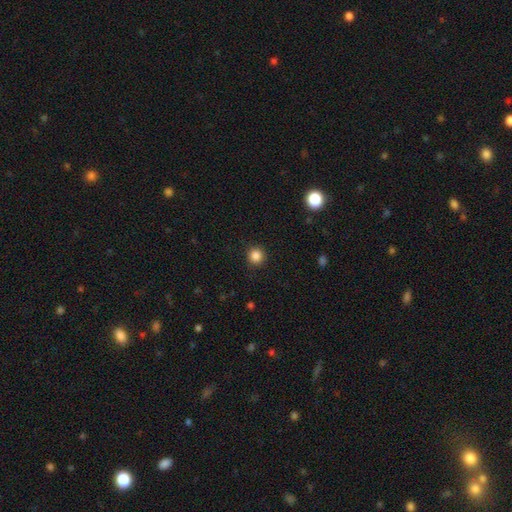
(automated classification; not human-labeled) A smooth galaxy with no disk features (85%) that is round (93%).

Vote fractions:
- Smooth or featured? smooth: 85% / star or artifact: 11% / featured or disk: 4%
- How rounded? round: 93% / in between: 6% / cigar-shaped: 1%
- Merging? none: 91% / minor disturbance: 6% / major disturbance: 2% / merger: 1%